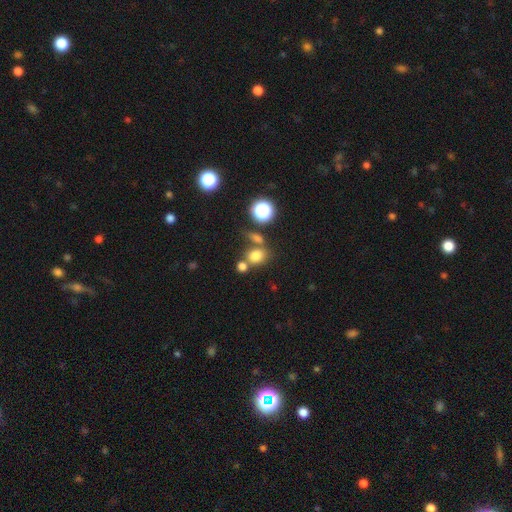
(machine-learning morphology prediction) Smooth or featured: smooth — 75% (star or artifact — 17%)
How rounded: round — 54% (in between — 45%)
Merging: none — 55% (merger — 26%)